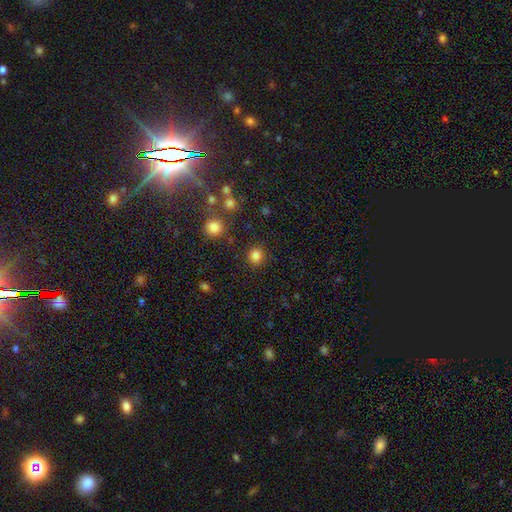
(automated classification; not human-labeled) Morphology: type=smooth (83%); roundness=round (85%); merging=none (87%).